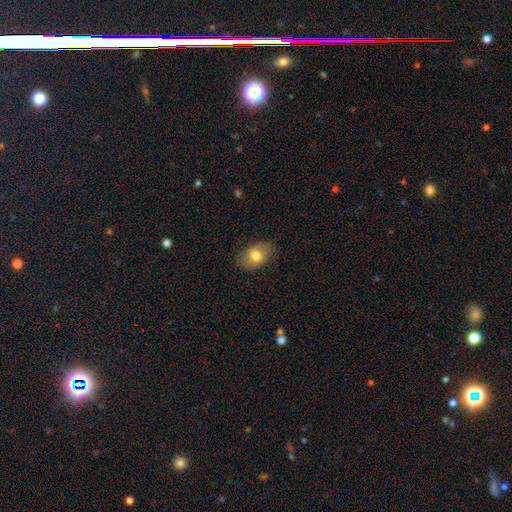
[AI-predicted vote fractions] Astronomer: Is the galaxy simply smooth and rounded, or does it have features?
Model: smooth — 74%.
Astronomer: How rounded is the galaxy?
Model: in between — 84%.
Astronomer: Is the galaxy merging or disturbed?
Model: none — 81%.